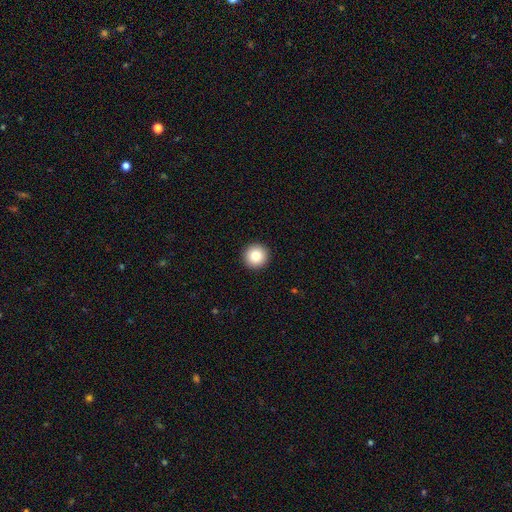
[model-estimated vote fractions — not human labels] A smooth galaxy with no disk features (82%) that is round (96%). Merging: none (94%).